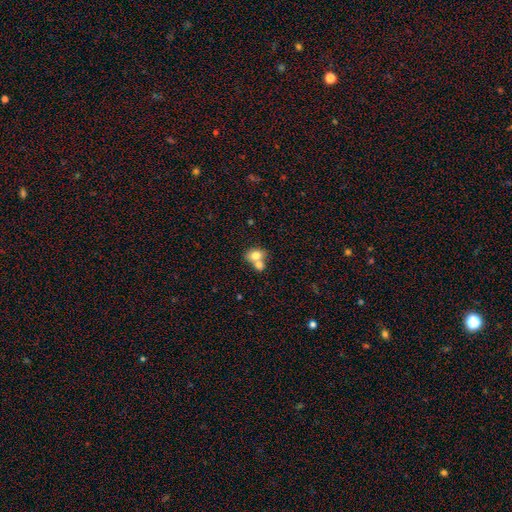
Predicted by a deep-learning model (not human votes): Morphology: type=smooth (76%); roundness=in between (64%); merging=merger (61%).